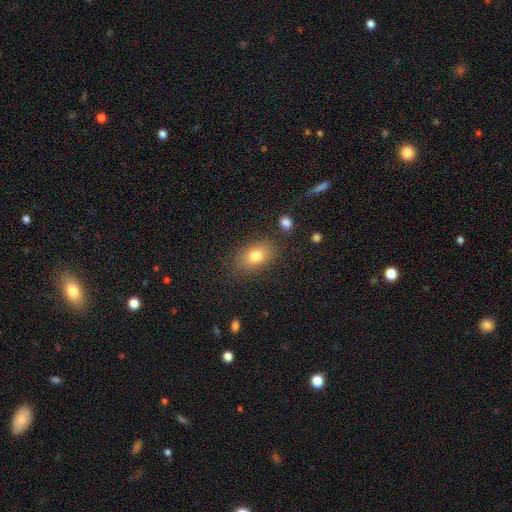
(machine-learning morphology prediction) The model was most divided on "smooth or featured": smooth: 79%, featured or disk: 11%, star or artifact: 10%. More confident: how rounded — in between (83%); merging — none (82%).